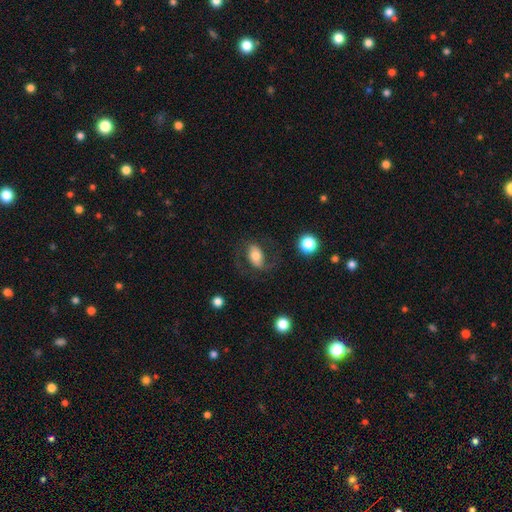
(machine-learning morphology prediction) This appears to be a featured or disk galaxy (52%). Merging: none (64%).